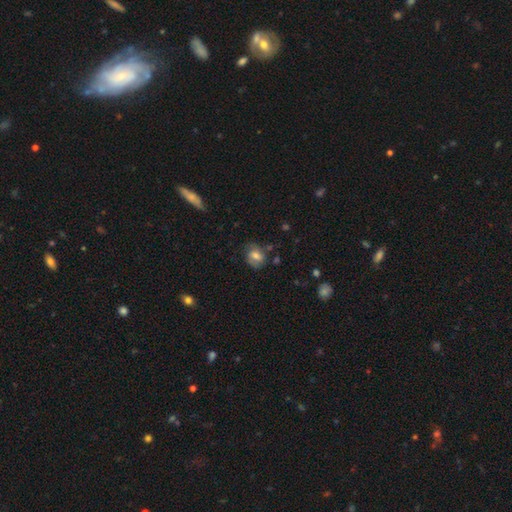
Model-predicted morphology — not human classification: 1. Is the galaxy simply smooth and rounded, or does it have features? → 58% smooth, 33% featured or disk, 9% star or artifact.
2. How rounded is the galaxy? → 50% in between, 49% round, 1% cigar-shaped.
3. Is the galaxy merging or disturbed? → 64% none, 23% minor disturbance, 9% major disturbance, 3% merger.